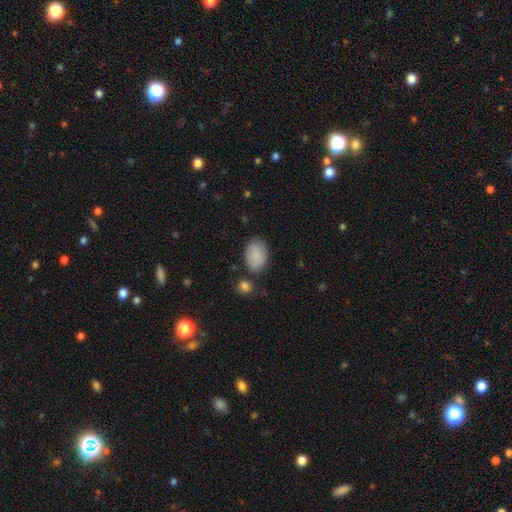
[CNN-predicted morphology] smooth-or-featured: smooth: 88% | star or artifact: 6% | featured or disk: 5%
  how-rounded: in between: 87% | round: 12% | cigar-shaped: 1%
  merging: none: 76% | minor disturbance: 15% | merger: 6% | major disturbance: 4%